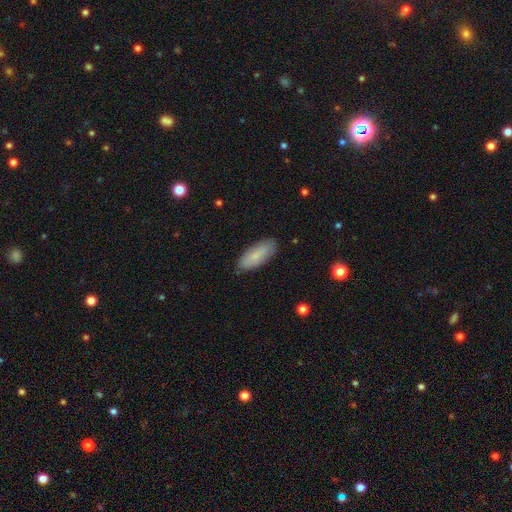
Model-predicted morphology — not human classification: A smooth galaxy with no disk features (81%) that is in between round and cigar-shaped (73%). Merging: none (85%).